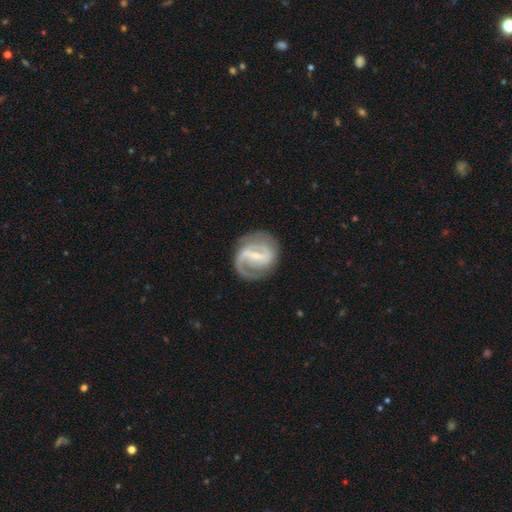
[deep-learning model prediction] smooth_or_featured: featured or disk (p=0.88) [alt: smooth p=0.08]
disk_edge_on: no (p=0.97) [alt: yes p=0.03]
bar: strong (p=0.55) [alt: weak p=0.36]
has_spiral_arms: yes (p=0.94) [alt: no p=0.06]
spiral_winding: medium (p=0.50) [alt: tight p=0.29]
spiral_arm_count: 2 (p=0.80) [alt: 1 p=0.08]
bulge_size: small (p=0.65) [alt: moderate p=0.27]
merging: none (p=0.74) [alt: minor disturbance p=0.16]